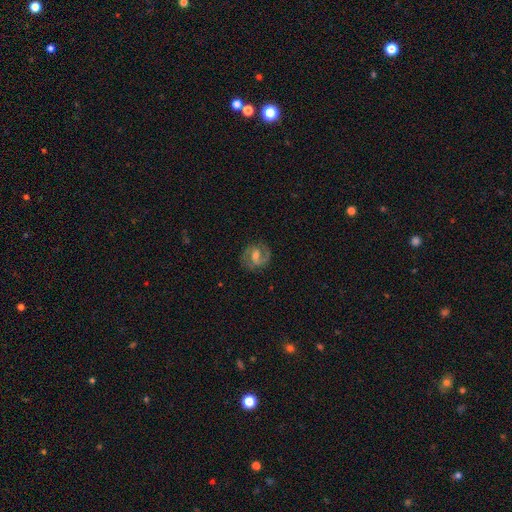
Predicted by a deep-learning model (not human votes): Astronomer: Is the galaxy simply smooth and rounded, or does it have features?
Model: featured or disk — 79%.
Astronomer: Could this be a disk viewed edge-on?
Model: no — 97%.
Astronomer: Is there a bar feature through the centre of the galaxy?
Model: weak — 54%.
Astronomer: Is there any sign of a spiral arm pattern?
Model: yes — 93%.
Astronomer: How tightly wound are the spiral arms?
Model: medium — 55%.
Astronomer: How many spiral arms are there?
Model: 2 — 88%.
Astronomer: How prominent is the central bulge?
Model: moderate — 57%.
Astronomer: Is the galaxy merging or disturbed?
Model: none — 80%.